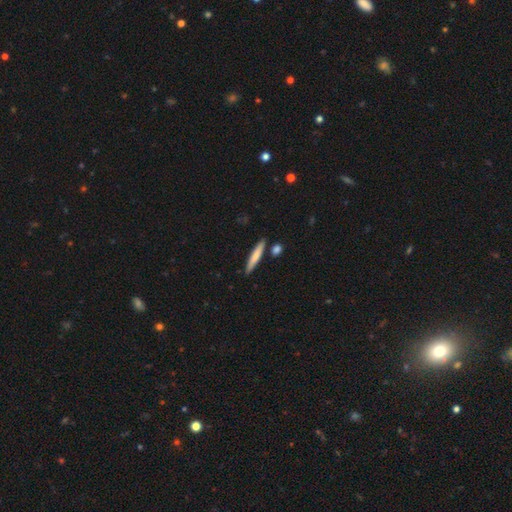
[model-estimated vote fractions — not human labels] Q: Smooth or featured?
A: smooth (74%); runner-up: featured or disk (21%)
Q: How rounded?
A: cigar-shaped (92%); runner-up: in between (6%)
Q: Merging?
A: none (85%); runner-up: minor disturbance (9%)